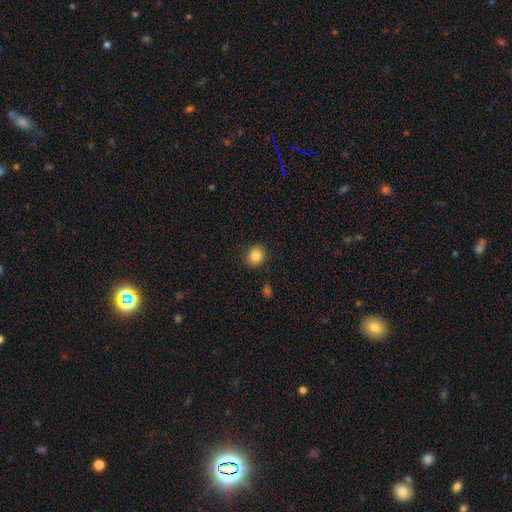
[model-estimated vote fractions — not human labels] The model was most divided on "how rounded": round: 79%, in between: 20%, cigar-shaped: 1%. More confident: merging — none (89%); smooth or featured — smooth (85%).